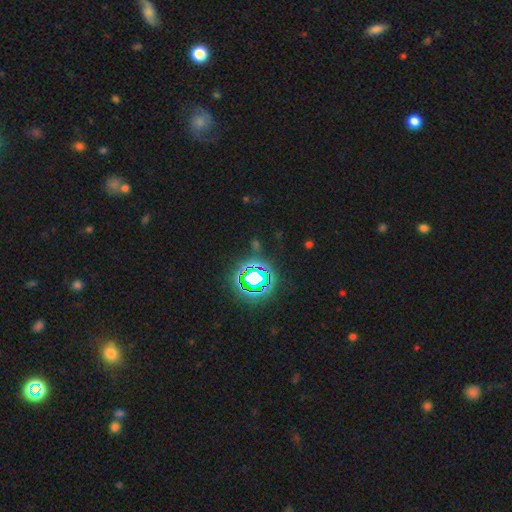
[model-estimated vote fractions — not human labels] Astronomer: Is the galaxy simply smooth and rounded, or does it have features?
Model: star or artifact — 80%.